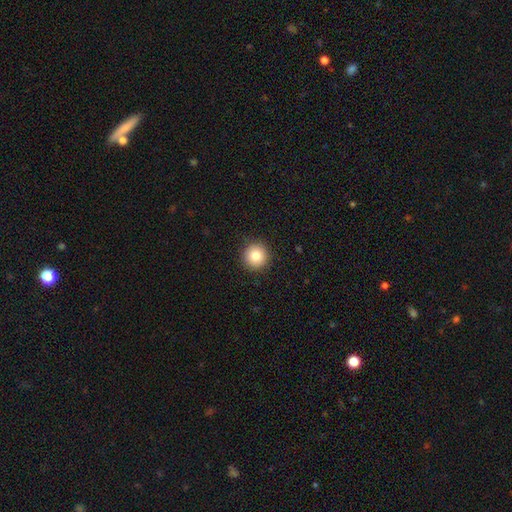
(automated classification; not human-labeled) Smooth or featured: smooth — 82% (star or artifact — 10%)
How rounded: round — 95% (in between — 4%)
Merging: none — 92% (minor disturbance — 6%)